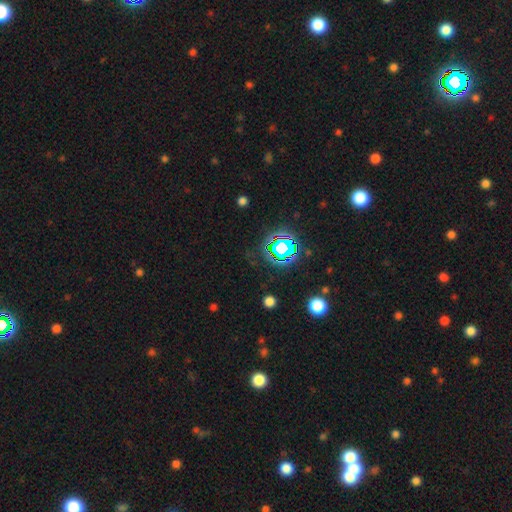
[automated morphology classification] Q: Smooth or featured?
A: star or artifact (76%); runner-up: smooth (15%)